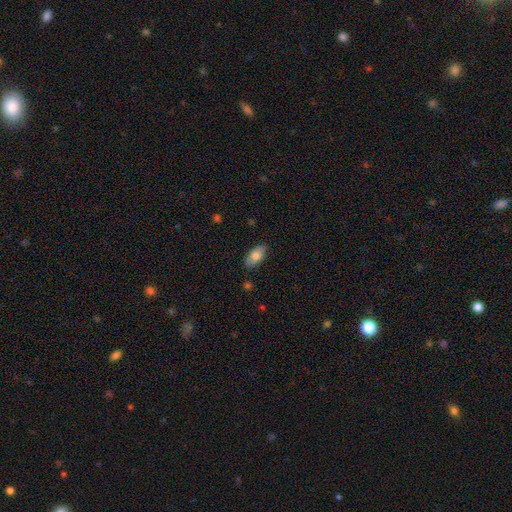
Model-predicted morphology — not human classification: The model was most divided on "smooth or featured": smooth: 75%, featured or disk: 18%, star or artifact: 7%. More confident: how rounded — in between (91%); merging — none (84%).